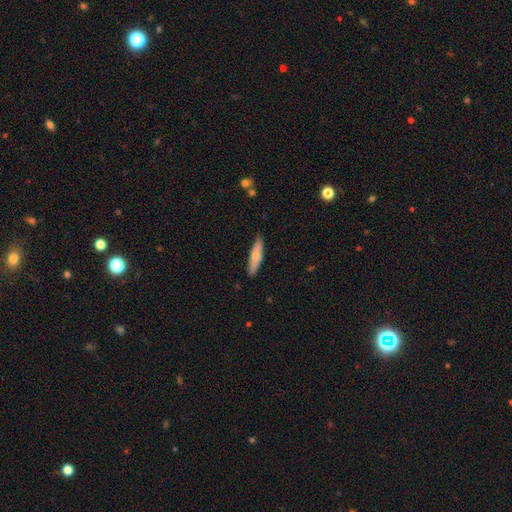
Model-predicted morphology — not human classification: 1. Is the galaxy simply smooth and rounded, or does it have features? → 70% smooth, 24% featured or disk, 5% star or artifact.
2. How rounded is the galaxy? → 75% cigar-shaped, 24% in between, 2% round.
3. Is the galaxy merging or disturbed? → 85% none, 12% minor disturbance, 2% major disturbance, 1% merger.